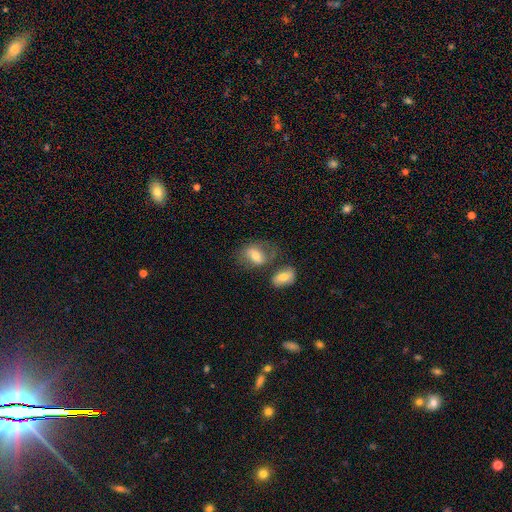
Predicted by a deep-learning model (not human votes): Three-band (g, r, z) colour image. It shows a smooth galaxy with no disk features (60%) that is in between round and cigar-shaped (75%). Merging: none (47%).